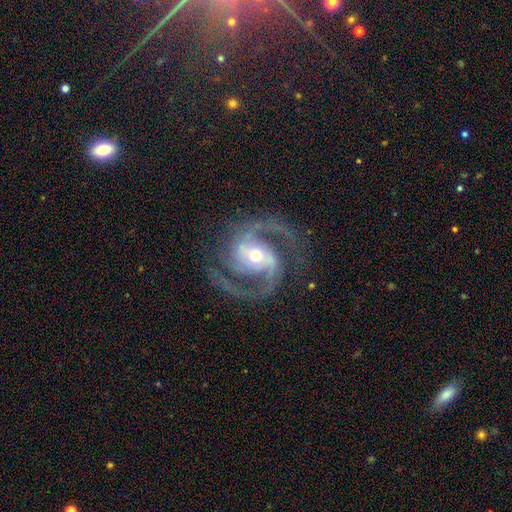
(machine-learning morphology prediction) This appears to be a featured or disk galaxy (92%) with a weak bar (36%), 2 (83%) medium (64%) spiral arms (98%) and a moderate central bulge (49%). Merging: none (78%).